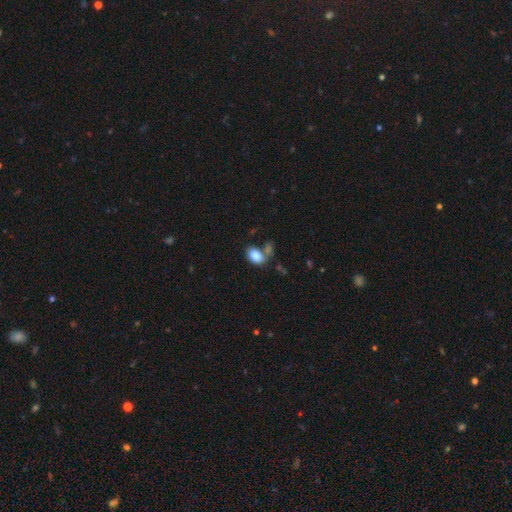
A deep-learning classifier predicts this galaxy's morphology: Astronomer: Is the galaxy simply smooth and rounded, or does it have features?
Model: smooth — 84%.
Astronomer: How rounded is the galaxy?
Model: in between — 84%.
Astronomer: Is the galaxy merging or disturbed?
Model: none — 56%.